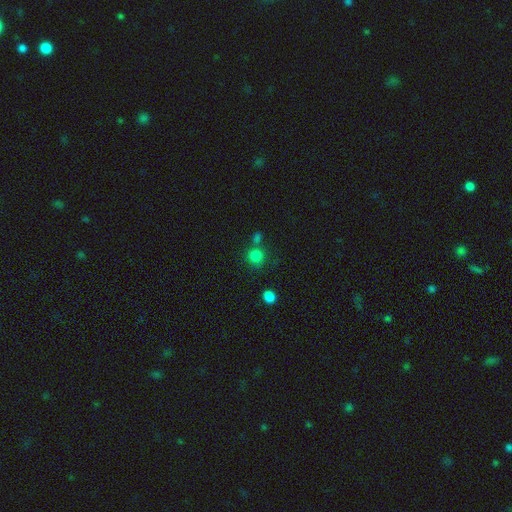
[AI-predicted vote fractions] A smooth galaxy with no disk features (81%) that is round (89%). Merging: none (68%).